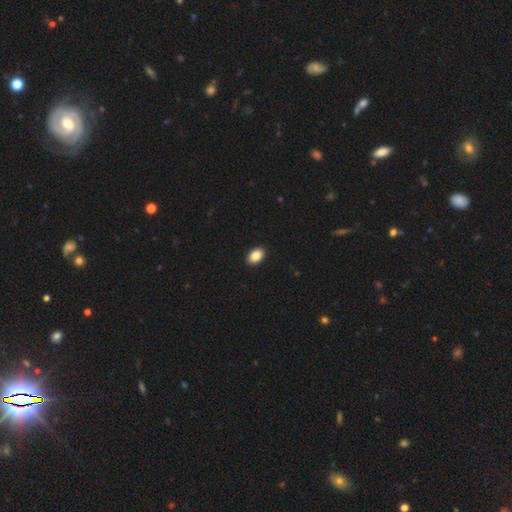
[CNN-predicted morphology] Smooth or featured? Predicted: smooth (p=0.88). How rounded? Predicted: in between (p=0.87). Merging? Predicted: none (p=0.92).